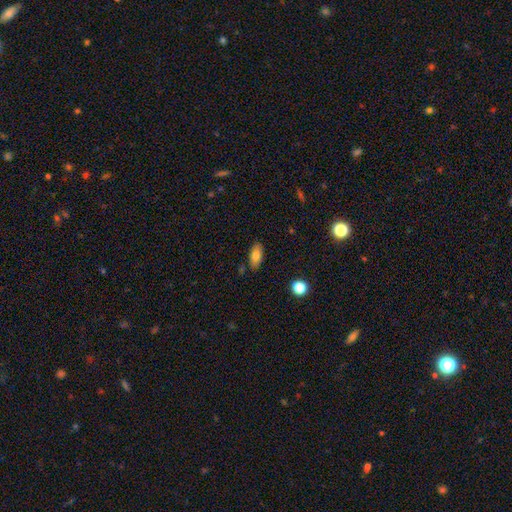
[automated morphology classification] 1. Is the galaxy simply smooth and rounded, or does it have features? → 77% smooth, 15% featured or disk, 8% star or artifact.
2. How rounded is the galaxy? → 90% in between, 6% cigar-shaped, 4% round.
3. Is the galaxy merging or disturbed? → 83% none, 12% minor disturbance, 3% merger, 2% major disturbance.